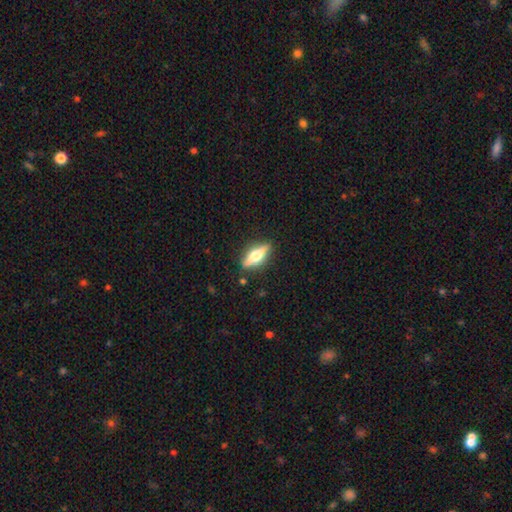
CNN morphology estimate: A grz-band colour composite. It shows a featured or disk galaxy (62%) viewed edge-on (93%) with a rounded central bulge (95%). Merging: none (87%).